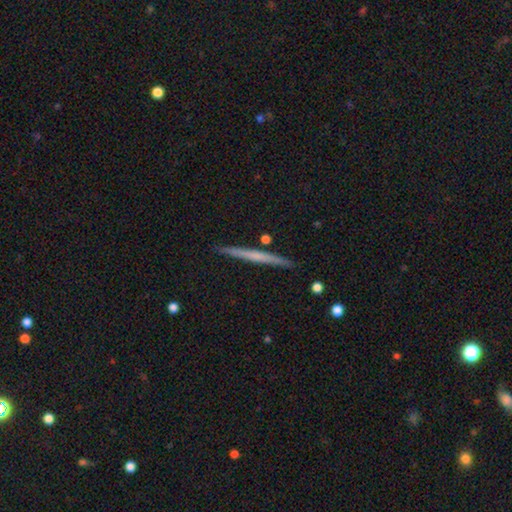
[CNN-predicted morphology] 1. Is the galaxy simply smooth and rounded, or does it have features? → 52% featured or disk, 43% smooth, 5% star or artifact.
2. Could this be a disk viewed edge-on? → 98% yes, 2% no.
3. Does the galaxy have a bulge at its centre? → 82% none, 13% rounded, 5% boxy.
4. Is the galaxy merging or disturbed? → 90% none, 7% minor disturbance, 2% merger, 1% major disturbance.